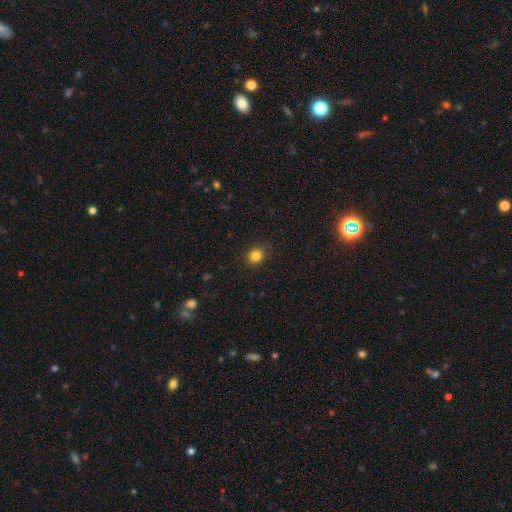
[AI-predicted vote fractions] A smooth galaxy with no disk features (83%) that is round (75%). Merging: none (88%).